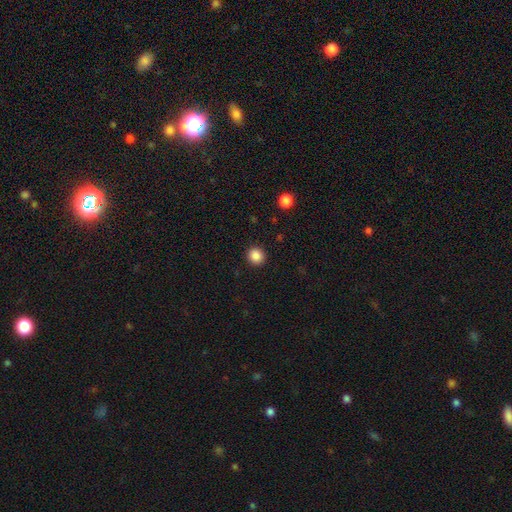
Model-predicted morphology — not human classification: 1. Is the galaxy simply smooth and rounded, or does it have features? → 86% smooth, 11% star or artifact, 3% featured or disk.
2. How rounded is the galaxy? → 92% round, 7% in between, 1% cigar-shaped.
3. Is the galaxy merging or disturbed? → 92% none, 5% minor disturbance, 2% major disturbance, 1% merger.